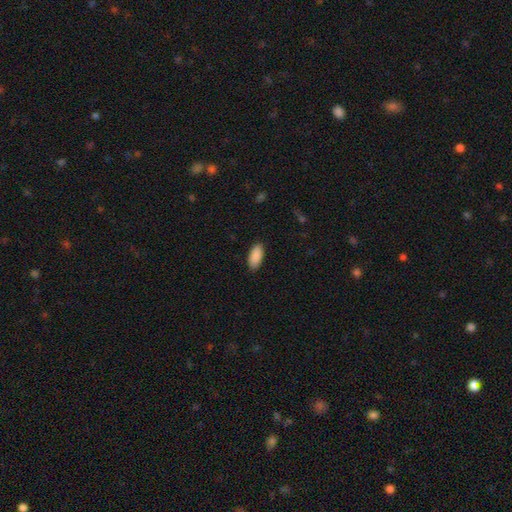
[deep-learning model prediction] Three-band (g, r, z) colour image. It shows a smooth galaxy with no disk features (91%) that is in between round and cigar-shaped (89%). Merging: none (88%).